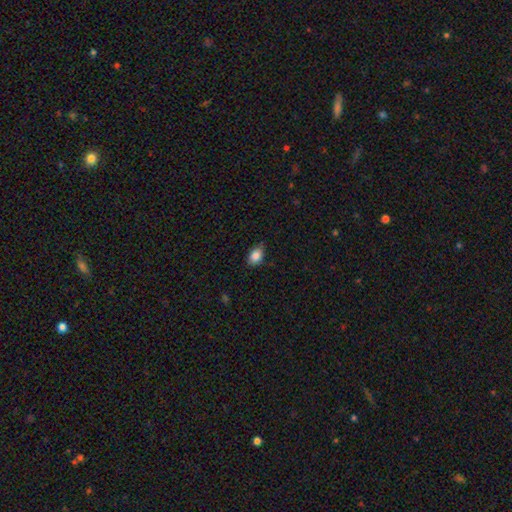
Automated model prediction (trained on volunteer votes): This is clearly a smooth galaxy (87%). How rounded: clearly in between (84%). Merging: likely none (78%).